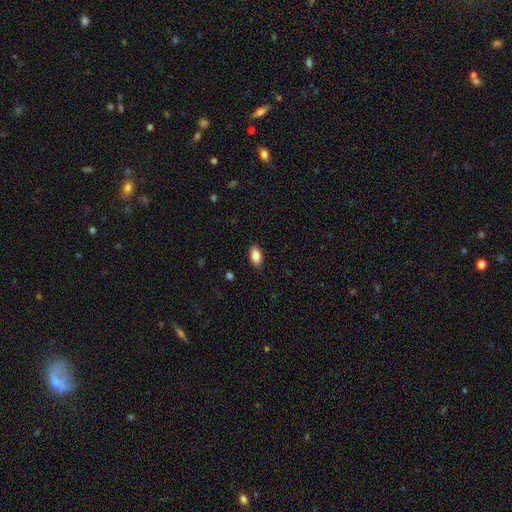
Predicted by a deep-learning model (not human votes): Smooth or featured? smooth (87%)
How rounded? in between (92%)
Merging? none (87%)